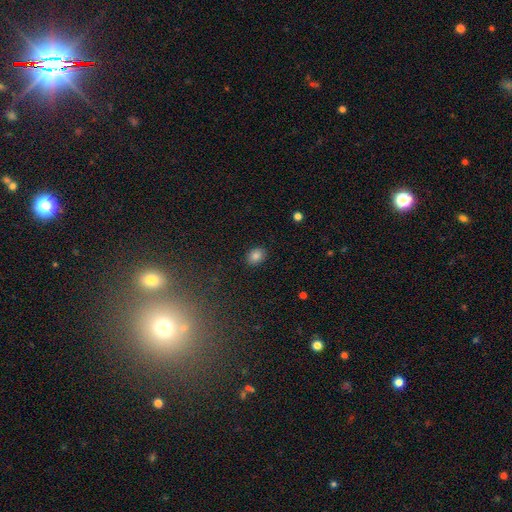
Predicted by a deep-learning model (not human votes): smooth 84%, star or artifact 11%, featured or disk 5%. Down the decision tree: how rounded — in between (54%); merging — none (88%).